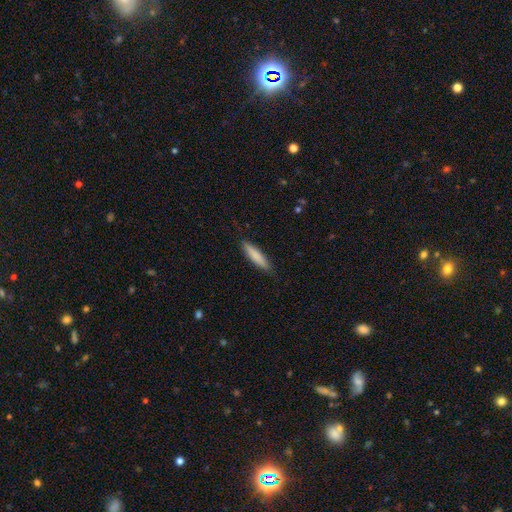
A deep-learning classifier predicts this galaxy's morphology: Smooth or featured?
  - smooth: 83% *
  - featured or disk: 12%
  - star or artifact: 5%
How rounded?
  - cigar-shaped: 84% *
  - in between: 15%
  - round: 1%
Merging?
  - none: 87% *
  - minor disturbance: 10%
  - major disturbance: 2%
  - merger: 1%